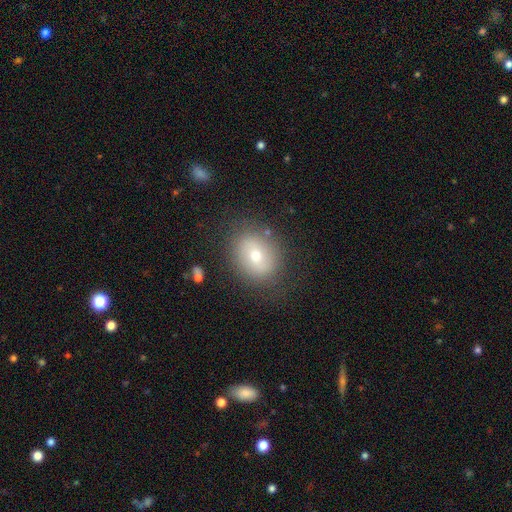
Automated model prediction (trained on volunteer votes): Morphology: type=smooth (60%); roundness=round (62%); merging=none (79%).